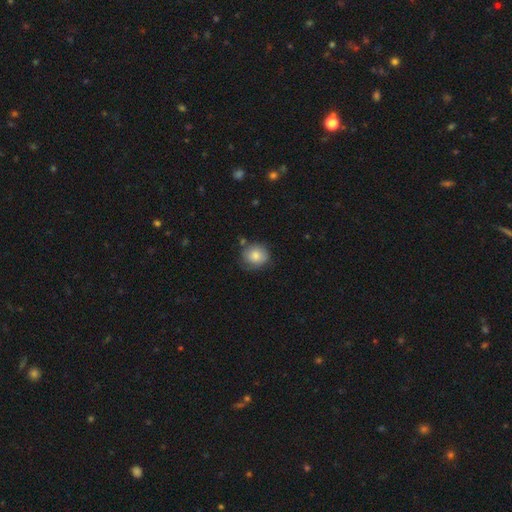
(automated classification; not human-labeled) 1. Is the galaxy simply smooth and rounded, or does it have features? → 80% smooth, 11% featured or disk, 8% star or artifact.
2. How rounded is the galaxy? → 84% round, 15% in between, 1% cigar-shaped.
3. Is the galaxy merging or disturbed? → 68% none, 22% minor disturbance, 5% major disturbance, 4% merger.